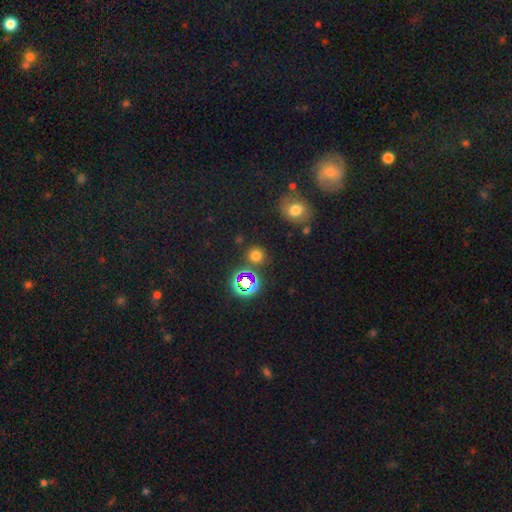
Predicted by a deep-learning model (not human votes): This appears to be a smooth galaxy with no disk features (63%) that is round (90%). Merging: none (81%).